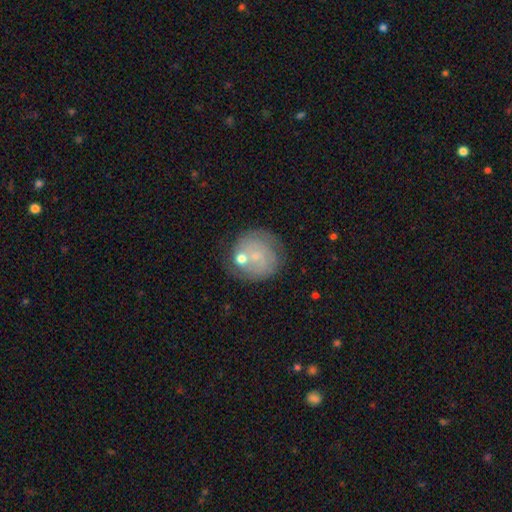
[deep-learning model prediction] featured or disk 48%, smooth 43%, star or artifact 9%. Down the decision tree: merging — none (63%).